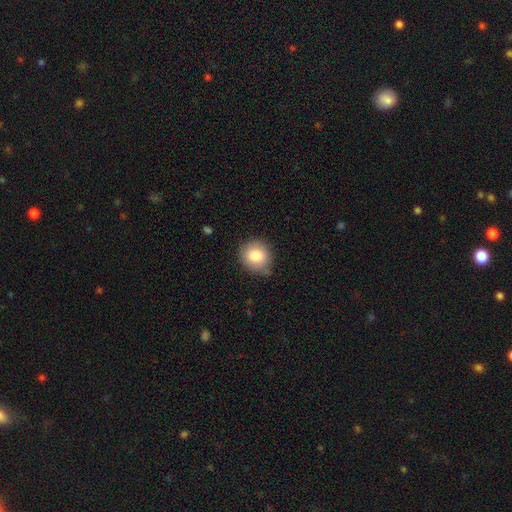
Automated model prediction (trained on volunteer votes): Morphology: type=smooth (83%); roundness=round (79%); merging=none (75%).